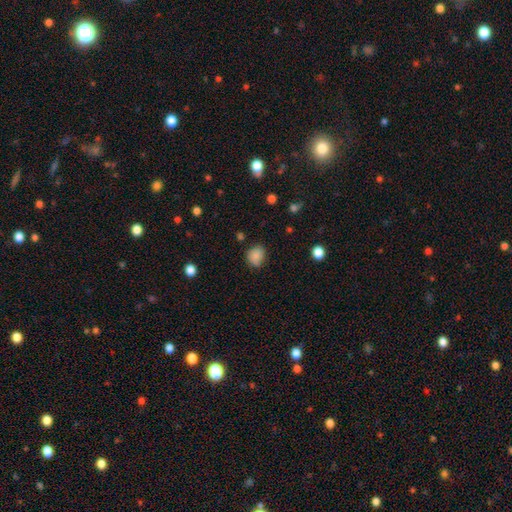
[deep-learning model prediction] Smooth or featured: smooth — 84% (star or artifact — 10%)
How rounded: round — 66% (in between — 33%)
Merging: none — 71% (minor disturbance — 22%)